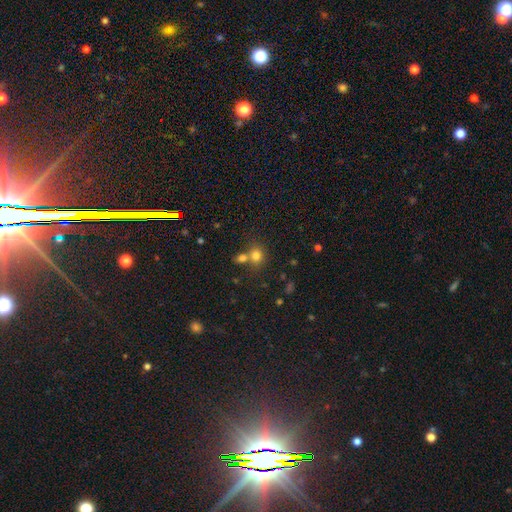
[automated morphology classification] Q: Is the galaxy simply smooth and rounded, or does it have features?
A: smooth — 77%.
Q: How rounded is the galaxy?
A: round — 67%.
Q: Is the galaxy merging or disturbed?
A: none — 49%.